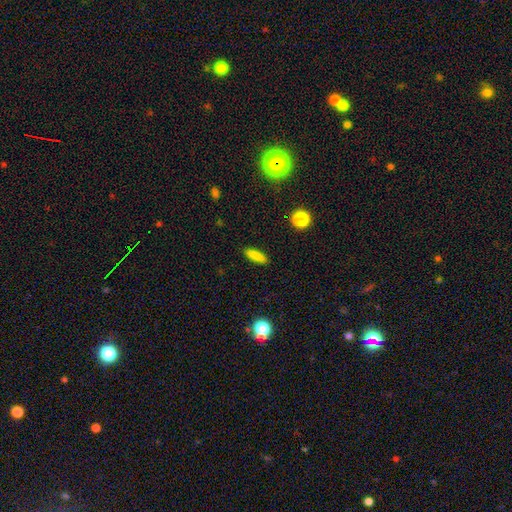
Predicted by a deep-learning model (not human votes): The model was most divided on "how rounded": cigar-shaped: 64%, in between: 33%, round: 3%. More confident: merging — none (90%); smooth or featured — smooth (85%).